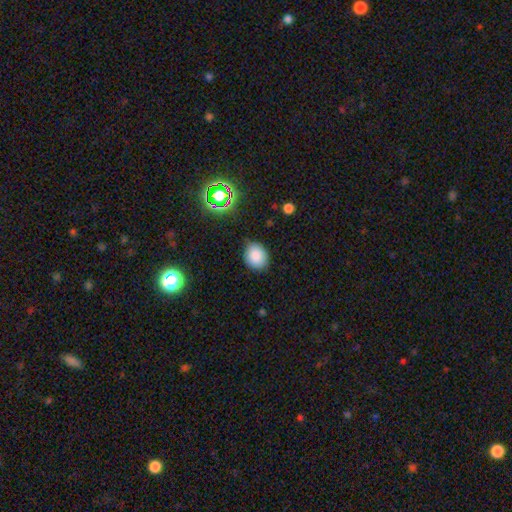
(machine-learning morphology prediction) The model was most divided on "how rounded": round: 60%, in between: 39%, cigar-shaped: 1%. More confident: smooth or featured — smooth (84%); merging — none (83%).